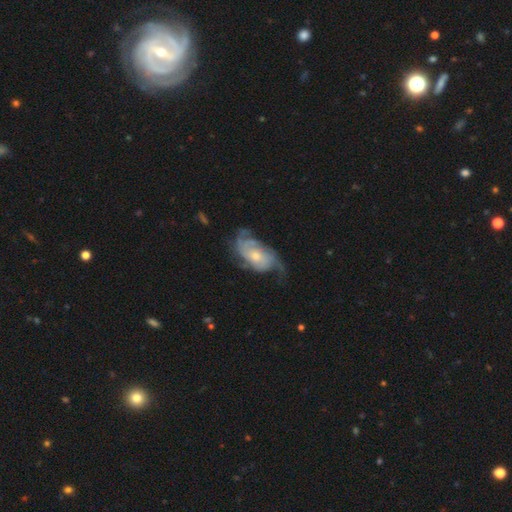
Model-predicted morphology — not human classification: Smooth or featured: featured or disk — 79% (smooth — 16%)
Edge-on disk: no — 96% (yes — 4%)
Bar: no — 74% (weak — 22%)
Spiral arms: yes — 90% (no — 10%)
Spiral winding: tight — 38% (tied with medium — 38%)
Spiral arm count: can't tell — 32% (2 — 26%)
Bulge size: moderate — 51% (small — 41%)
Merging: none — 51% (minor disturbance — 25%)